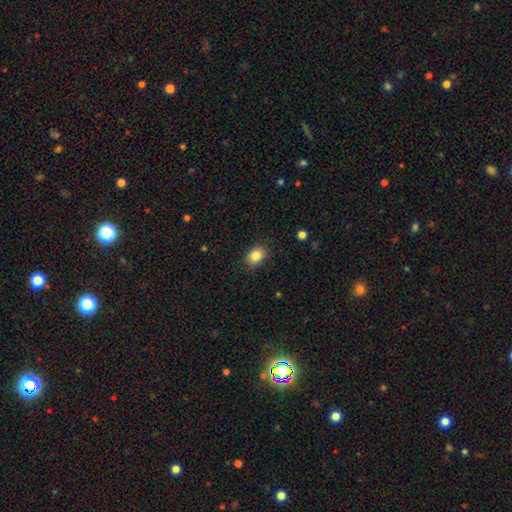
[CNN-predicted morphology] The model was most divided on "how rounded": in between: 62%, round: 37%, cigar-shaped: 1%. More confident: merging — none (86%); smooth or featured — smooth (84%).